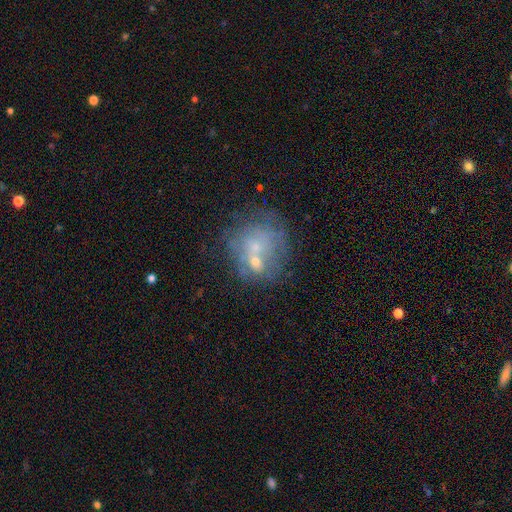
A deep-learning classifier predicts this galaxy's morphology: Smooth or featured? featured or disk (47%)
Merging? none (42%)